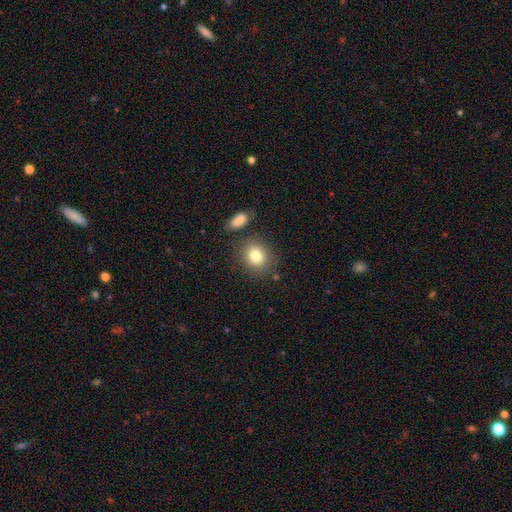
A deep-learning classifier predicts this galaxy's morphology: Smooth or featured?
  - smooth: 81% *
  - star or artifact: 10%
  - featured or disk: 9%
How rounded?
  - round: 70% *
  - in between: 29%
  - cigar-shaped: 1%
Merging?
  - none: 79% *
  - minor disturbance: 11%
  - merger: 7%
  - major disturbance: 4%